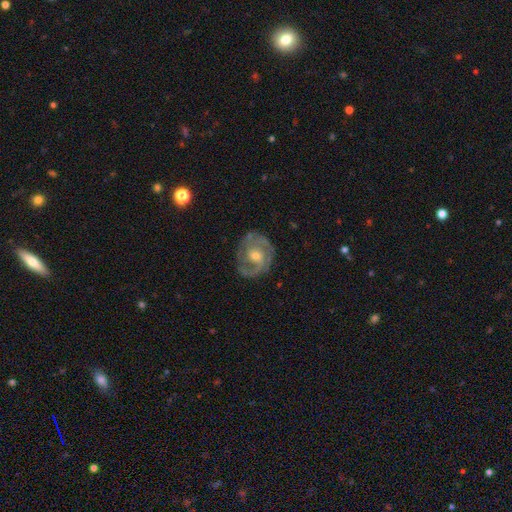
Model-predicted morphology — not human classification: smooth-or-featured: featured or disk: 85% | smooth: 10% | star or artifact: 5%
  disk-edge-on: no: 97% | yes: 3%
    bar: no: 61% | weak: 32% | strong: 7%
    has-spiral-arms: yes: 94% | no: 6%
      spiral-winding: tight: 48% | medium: 42% | loose: 10%
      spiral-arm-count: 2: 55% | 3: 18% | can't tell: 15% | 1: 4% | 4: 4% | more than 4: 3%
    bulge-size: moderate: 52% | small: 44% | large: 2% | none: 1% | dominant: 1%
  merging: none: 76% | minor disturbance: 16% | major disturbance: 6% | merger: 1%